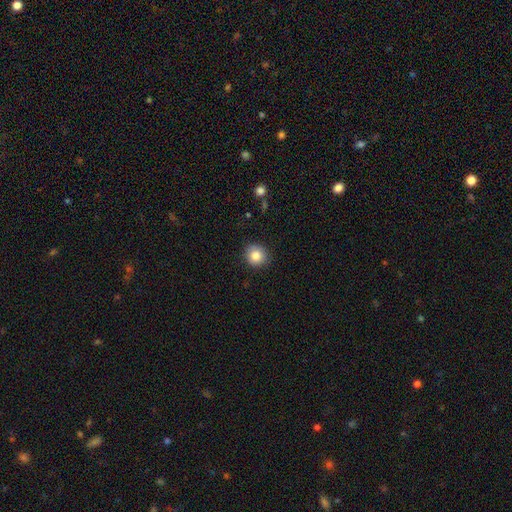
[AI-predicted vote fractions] smooth-or-featured: smooth: 85% | star or artifact: 9% | featured or disk: 6%
  how-rounded: round: 89% | in between: 10% | cigar-shaped: 1%
  merging: none: 88% | minor disturbance: 9% | major disturbance: 2% | merger: 1%